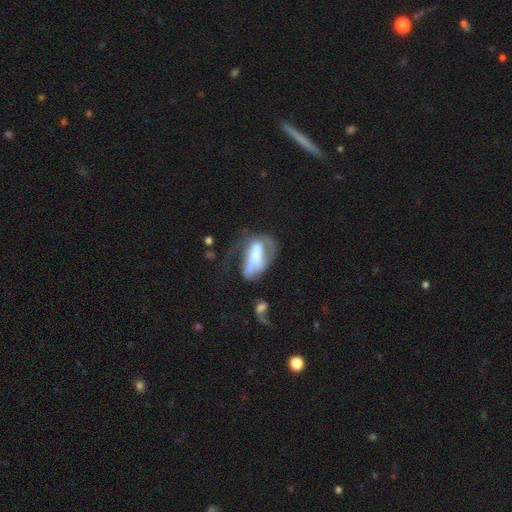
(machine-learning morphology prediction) This is possibly a featured or disk galaxy (58%). It is clearly not viewed edge-on (92%). Bar: marginally no (43%). Spiral arm pattern: likely yes (63%). Central bulge: marginally moderate (37%). Merging: marginally major disturbance (43%).